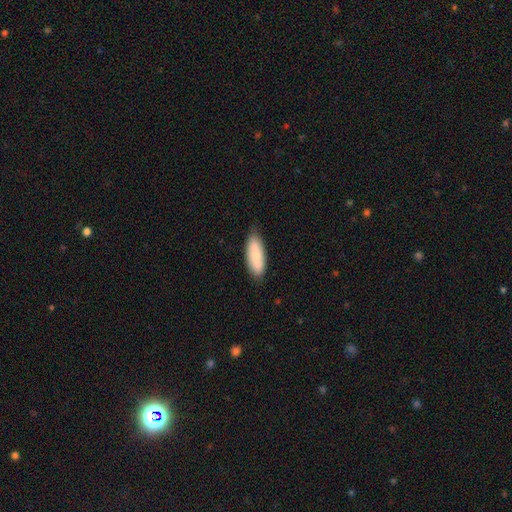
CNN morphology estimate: This appears to be a smooth galaxy with no disk features (78%) that is in between round and cigar-shaped (66%). Merging: none (82%).